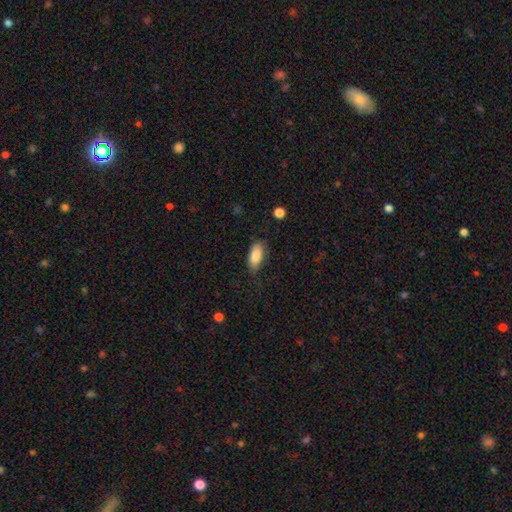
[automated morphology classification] A smooth galaxy with no disk features (85%) that is in between round and cigar-shaped (87%).

Vote fractions:
- Smooth or featured? smooth: 85% / featured or disk: 8% / star or artifact: 7%
- How rounded? in between: 87% / cigar-shaped: 11% / round: 2%
- Merging? none: 72% / minor disturbance: 21% / major disturbance: 6% / merger: 1%